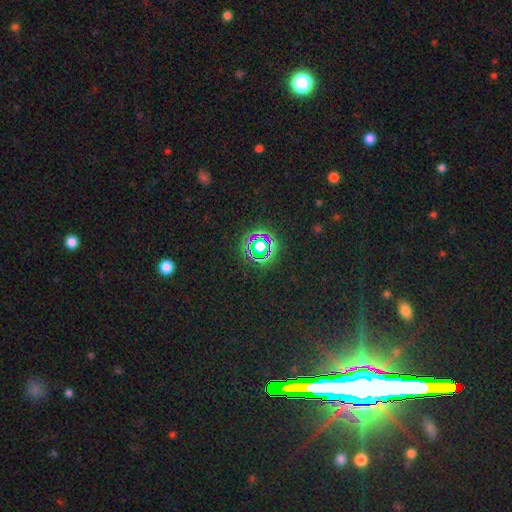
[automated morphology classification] The model was most divided on "smooth or featured": star or artifact: 77%, smooth: 13%, featured or disk: 10%.